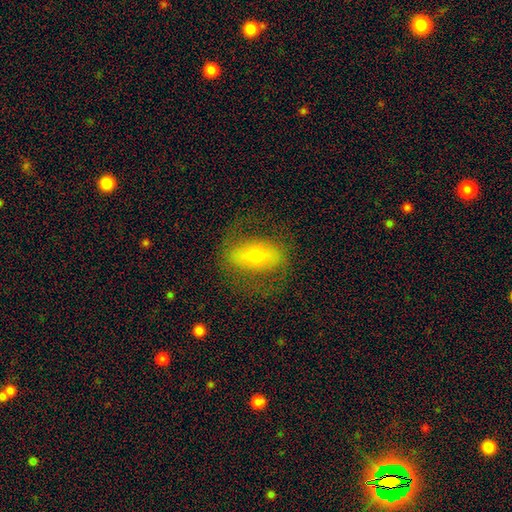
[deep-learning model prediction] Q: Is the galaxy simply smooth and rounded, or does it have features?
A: featured or disk — 57%.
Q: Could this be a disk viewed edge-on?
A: no — 88%.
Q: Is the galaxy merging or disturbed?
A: none — 70%.